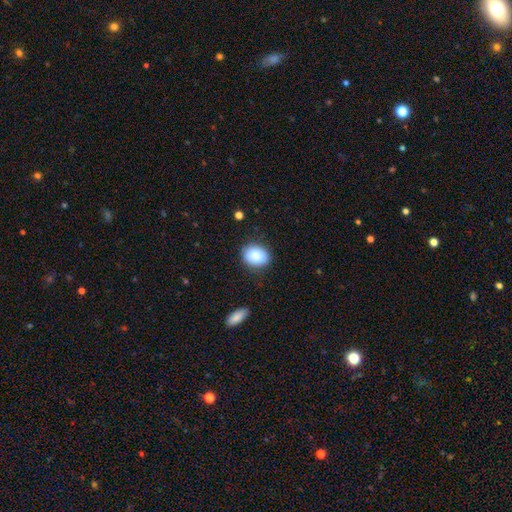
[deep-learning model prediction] The model was most divided on "how rounded": in between: 55%, round: 44%, cigar-shaped: 1%. More confident: smooth or featured — smooth (86%); merging — none (84%).